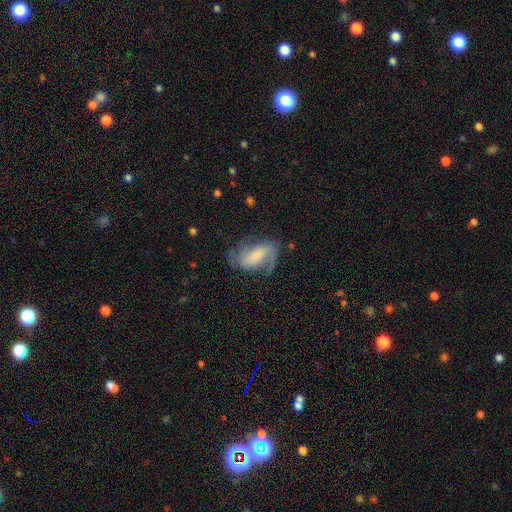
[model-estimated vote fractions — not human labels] A featured or disk galaxy (69%) with a weak bar (42%), 2 (75%) medium (43%) spiral arms (91%) and a small central bulge (30%). Merging: none (54%).